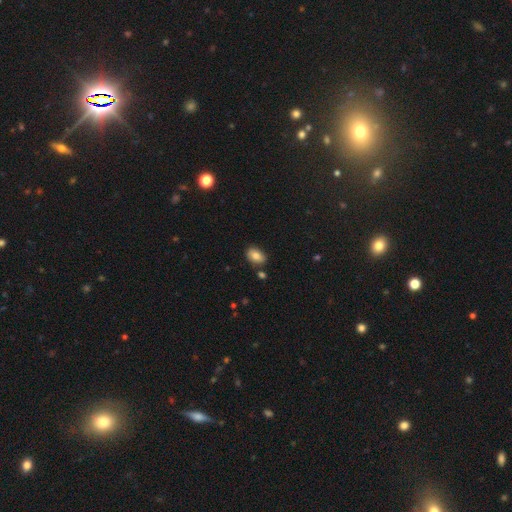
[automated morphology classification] smooth_or_featured: smooth (p=0.82) [alt: featured or disk p=0.09]
how_rounded: in between (p=0.84) [alt: round p=0.14]
merging: none (p=0.81) [alt: minor disturbance p=0.12]